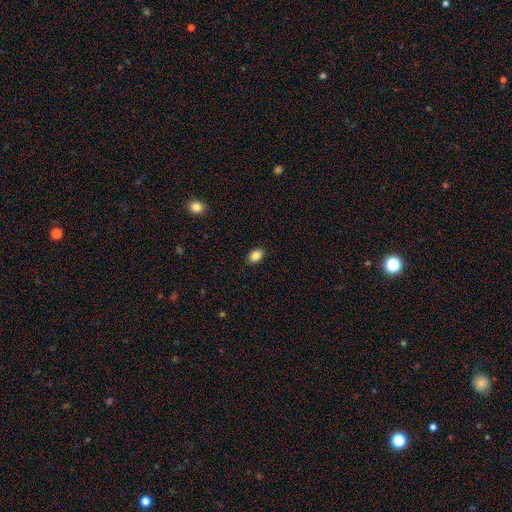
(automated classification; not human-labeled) A smooth galaxy with no disk features (86%) that is in between round and cigar-shaped (82%).

Vote fractions:
- Smooth or featured? smooth: 86% / star or artifact: 9% / featured or disk: 5%
- How rounded? in between: 82% / round: 16% / cigar-shaped: 1%
- Merging? none: 89% / minor disturbance: 8% / major disturbance: 2% / merger: 1%